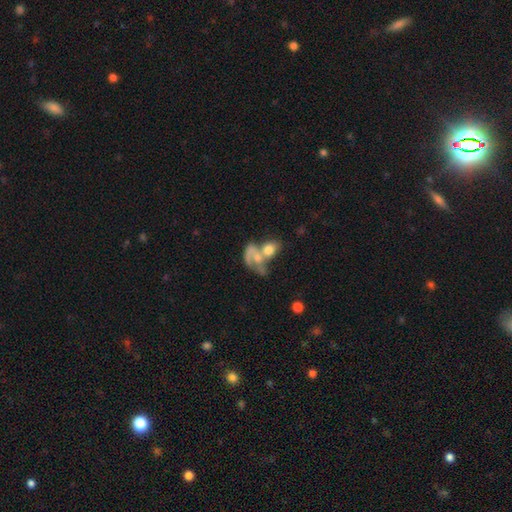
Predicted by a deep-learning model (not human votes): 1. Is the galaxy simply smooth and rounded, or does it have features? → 46% featured or disk, 45% smooth, 10% star or artifact.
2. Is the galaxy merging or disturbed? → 65% merger, 14% major disturbance, 13% none, 8% minor disturbance.